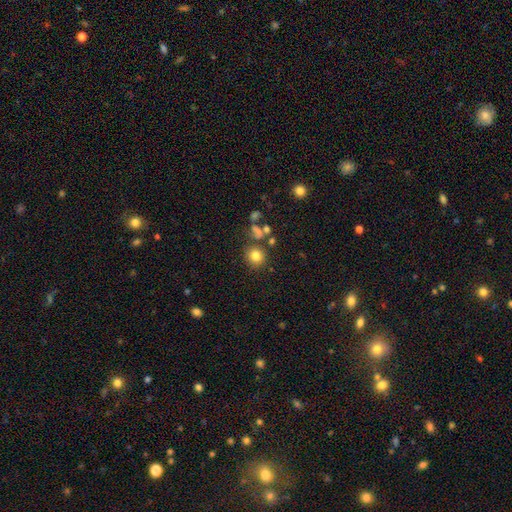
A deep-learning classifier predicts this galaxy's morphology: type=smooth (78%); roundness=round (88%); merging=none (77%).